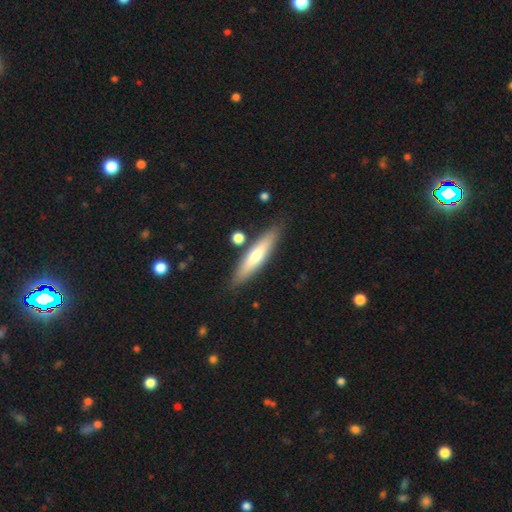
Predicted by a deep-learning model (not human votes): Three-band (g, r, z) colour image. It shows a smooth galaxy with no disk features (60%) that is cigar-shaped (85%). Merging: none (85%).